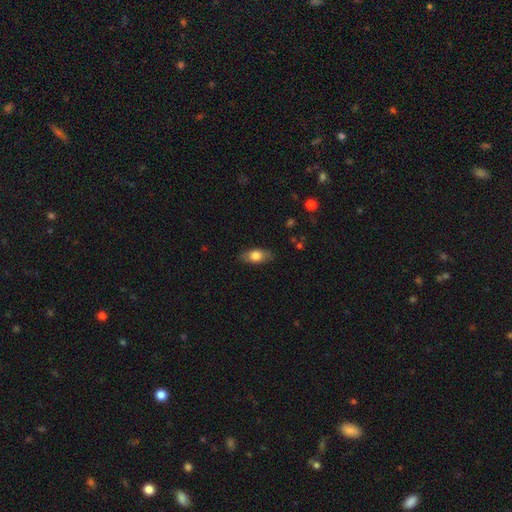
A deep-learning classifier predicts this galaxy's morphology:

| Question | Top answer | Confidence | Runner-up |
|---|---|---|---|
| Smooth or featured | smooth | 74% | featured or disk (19%) |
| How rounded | in between | 85% | cigar-shaped (9%) |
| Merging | none | 82% | minor disturbance (14%) |